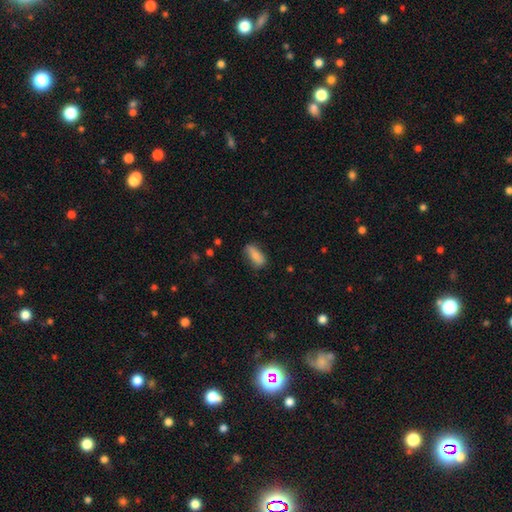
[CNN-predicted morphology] smooth 79%, featured or disk 14%, star or artifact 7%. Down the decision tree: how rounded — in between (78%); merging — none (70%).